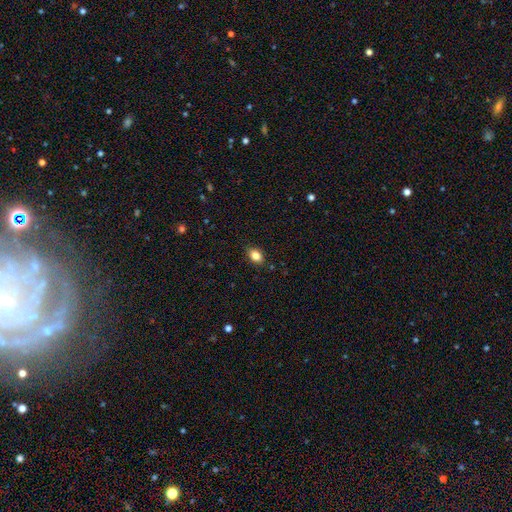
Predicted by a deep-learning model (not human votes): Smooth or featured?
  - smooth: 84% *
  - star or artifact: 10%
  - featured or disk: 7%
How rounded?
  - in between: 76% *
  - round: 22%
  - cigar-shaped: 2%
Merging?
  - none: 85% *
  - minor disturbance: 11%
  - major disturbance: 2%
  - merger: 1%